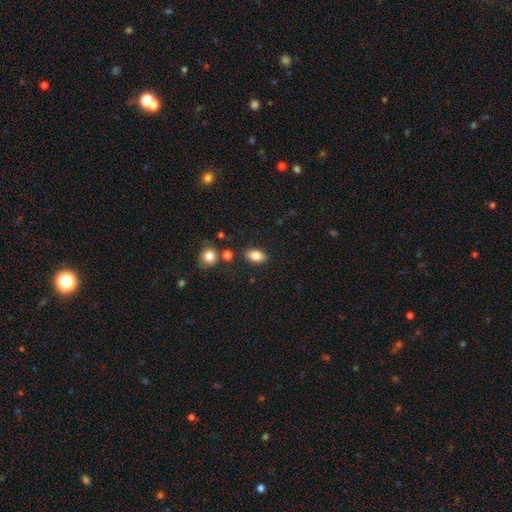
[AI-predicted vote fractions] This appears to be a smooth galaxy with no disk features (82%) that is in between round and cigar-shaped (88%). Merging: none (84%).